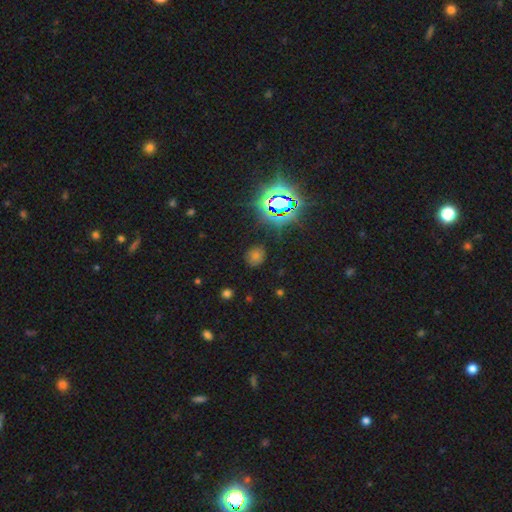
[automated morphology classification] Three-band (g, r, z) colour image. It shows a star or artifact, not a galaxy (48%).